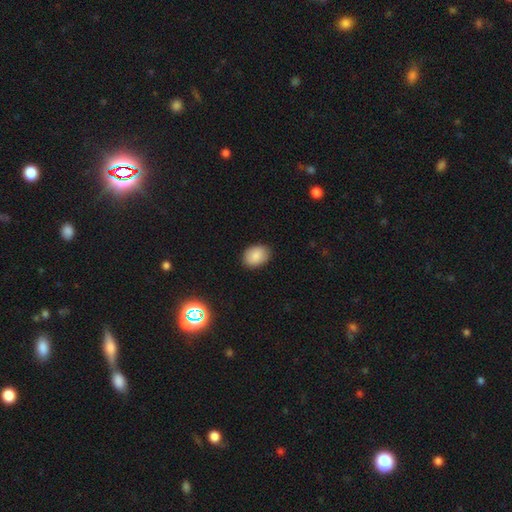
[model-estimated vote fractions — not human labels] A smooth galaxy with no disk features (87%) that is in between round and cigar-shaped (75%).

Vote fractions:
- Smooth or featured? smooth: 87% / star or artifact: 8% / featured or disk: 5%
- How rounded? in between: 75% / round: 24% / cigar-shaped: 1%
- Merging? none: 86% / minor disturbance: 10% / major disturbance: 2% / merger: 1%